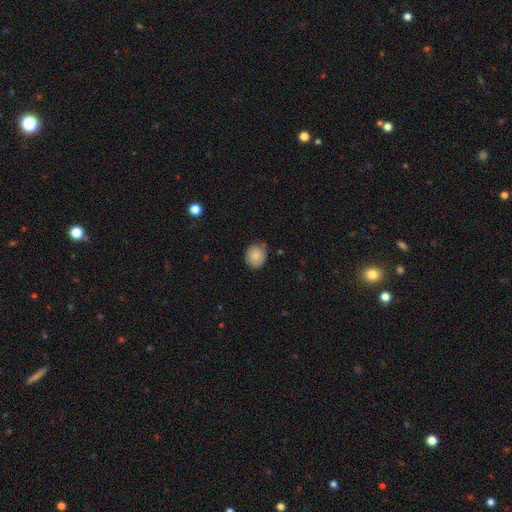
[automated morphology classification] This is likely a smooth galaxy (75%). How rounded: likely round (68%). Merging: likely none (71%).